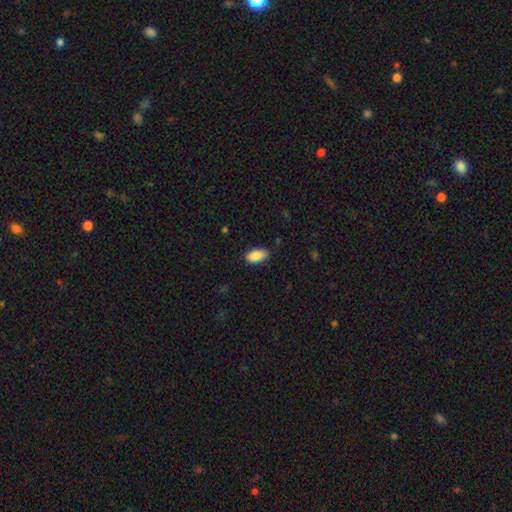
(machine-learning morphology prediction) A smooth galaxy with no disk features (88%) that is in between round and cigar-shaped (94%). Merging: none (79%).